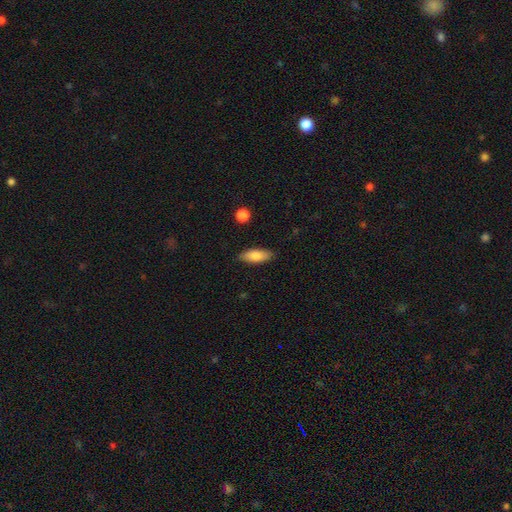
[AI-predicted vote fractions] A smooth galaxy with no disk features (79%) that is in between round and cigar-shaped (76%). Merging: none (86%).